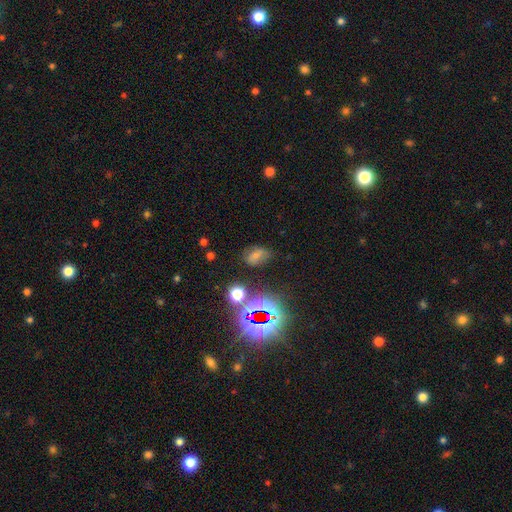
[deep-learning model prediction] This appears to be a star or artifact, not a galaxy (47%).